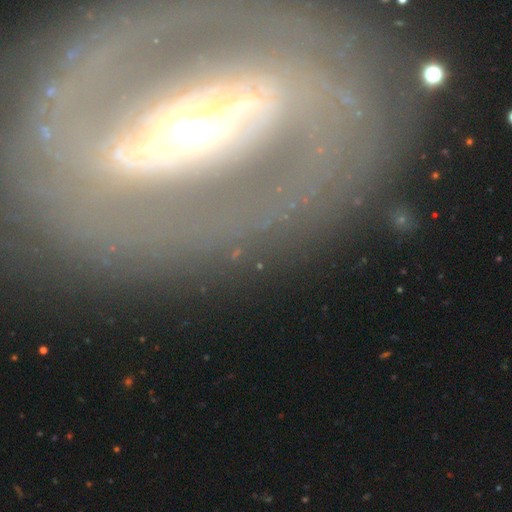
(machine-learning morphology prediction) smooth-or-featured: featured or disk: 78% | smooth: 13% | star or artifact: 9%
  disk-edge-on: no: 80% | yes: 20%
    bar: strong: 51% | no: 26% | weak: 22%
    has-spiral-arms: yes: 51% | no: 49%
    bulge-size: moderate: 61% | large: 17% | small: 16% | dominant: 4% | none: 2%
  merging: none: 74% | major disturbance: 12% | minor disturbance: 12% | merger: 3%